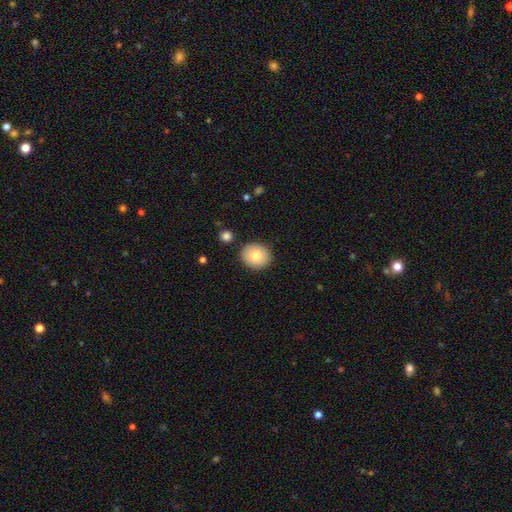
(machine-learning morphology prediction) smooth-or-featured: smooth: 81% | featured or disk: 11% | star or artifact: 8%
  how-rounded: round: 75% | in between: 24% | cigar-shaped: 1%
  merging: none: 88% | minor disturbance: 7% | merger: 2% | major disturbance: 2%